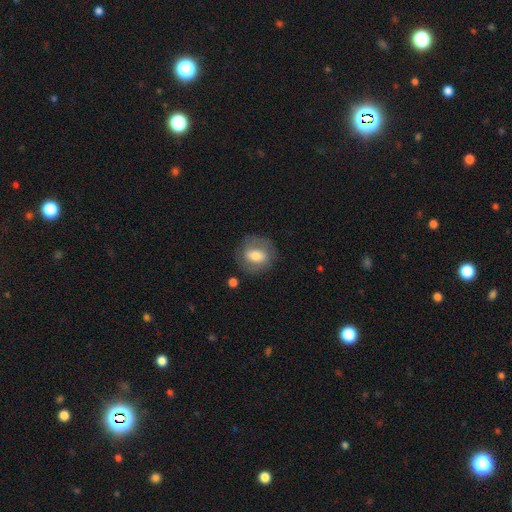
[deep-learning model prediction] A smooth galaxy with no disk features (55%) that is round (66%). Merging: none (74%).